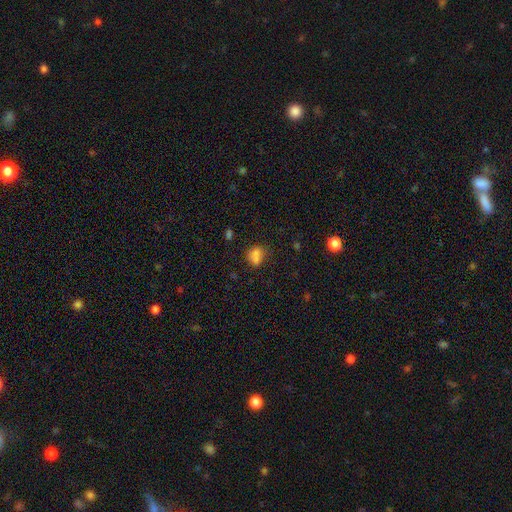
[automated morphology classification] A smooth galaxy with no disk features (76%) that is in between round and cigar-shaped (54%).

Vote fractions:
- Smooth or featured? smooth: 76% / star or artifact: 14% / featured or disk: 10%
- How rounded? in between: 54% / round: 43% / cigar-shaped: 2%
- Merging? none: 53% / merger: 21% / minor disturbance: 19% / major disturbance: 7%